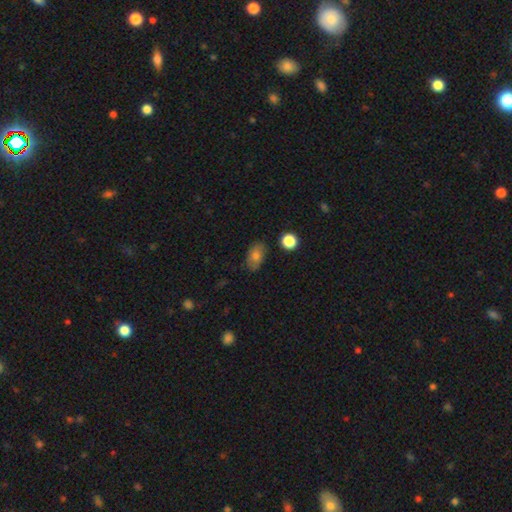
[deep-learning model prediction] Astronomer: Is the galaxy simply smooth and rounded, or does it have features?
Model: smooth — 74%.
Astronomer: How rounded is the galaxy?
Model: in between — 86%.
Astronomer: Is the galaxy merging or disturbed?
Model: none — 79%.